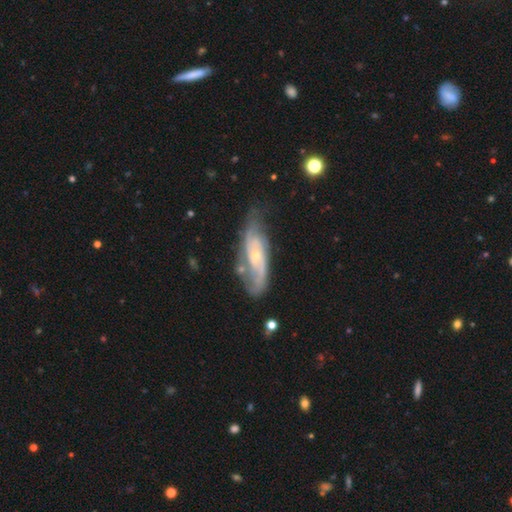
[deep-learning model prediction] Overall: featured or disk (82%). Edge-on disk: no (87%). Bar: no (63%; weak 30%). Spiral arms: yes (94%). Spiral arm count: 2 (58%; can't tell 23%). Spiral winding: medium (43%; tight 39%). Bulge size: small (66%; moderate 30%). Merging: none (62%; minor disturbance 24%).